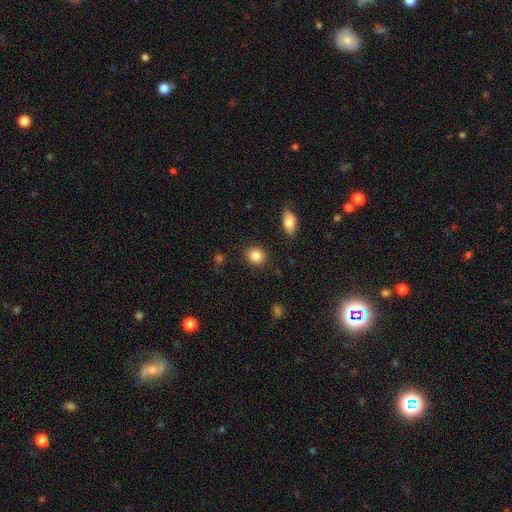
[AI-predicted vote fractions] smooth-or-featured: smooth: 86% | star or artifact: 9% | featured or disk: 5%
  how-rounded: round: 65% | in between: 34% | cigar-shaped: 1%
  merging: none: 88% | minor disturbance: 8% | major disturbance: 3% | merger: 2%